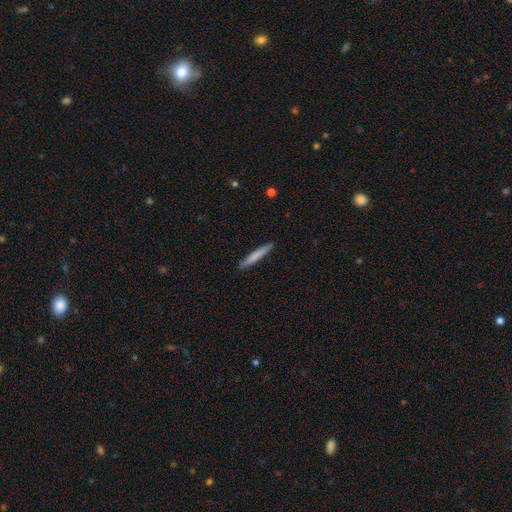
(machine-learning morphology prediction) Q: Smooth or featured?
A: smooth (71%); runner-up: featured or disk (23%)
Q: How rounded?
A: cigar-shaped (96%); runner-up: in between (3%)
Q: Merging?
A: none (90%); runner-up: minor disturbance (7%)